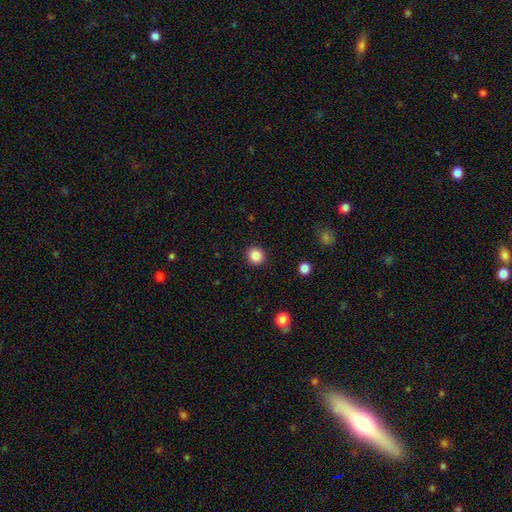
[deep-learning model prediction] Smooth or featured? Predicted: smooth (p=0.86). How rounded? Predicted: round (p=0.90). Merging? Predicted: none (p=0.92).